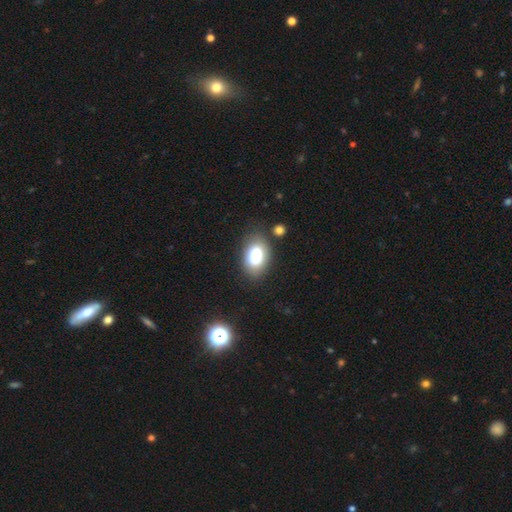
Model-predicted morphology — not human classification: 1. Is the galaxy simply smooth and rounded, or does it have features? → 77% smooth, 13% featured or disk, 9% star or artifact.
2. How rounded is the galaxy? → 88% in between, 10% round, 1% cigar-shaped.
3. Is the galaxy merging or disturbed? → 72% none, 16% minor disturbance, 7% merger, 5% major disturbance.